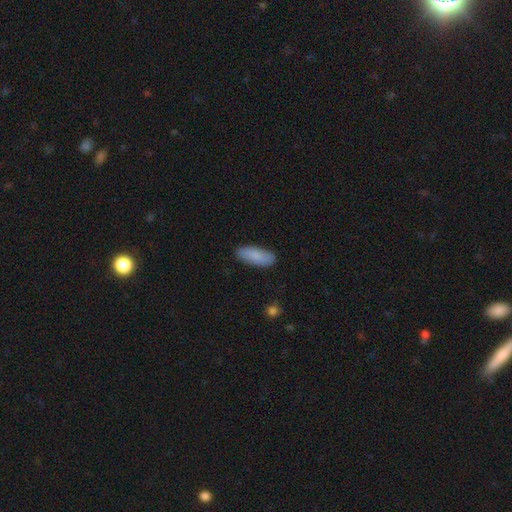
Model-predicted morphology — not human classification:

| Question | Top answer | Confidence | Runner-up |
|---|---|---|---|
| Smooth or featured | smooth | 86% | featured or disk (8%) |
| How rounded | in between | 78% | cigar-shaped (20%) |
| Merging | none | 87% | minor disturbance (10%) |